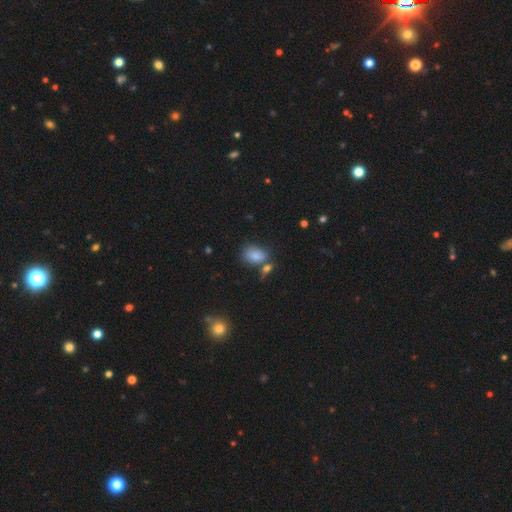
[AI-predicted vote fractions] A smooth galaxy with no disk features (81%) that is in between round and cigar-shaped (78%).

Vote fractions:
- Smooth or featured? smooth: 81% / star or artifact: 10% / featured or disk: 9%
- How rounded? in between: 78% / round: 20% / cigar-shaped: 2%
- Merging? none: 55% / merger: 20% / minor disturbance: 18% / major disturbance: 6%